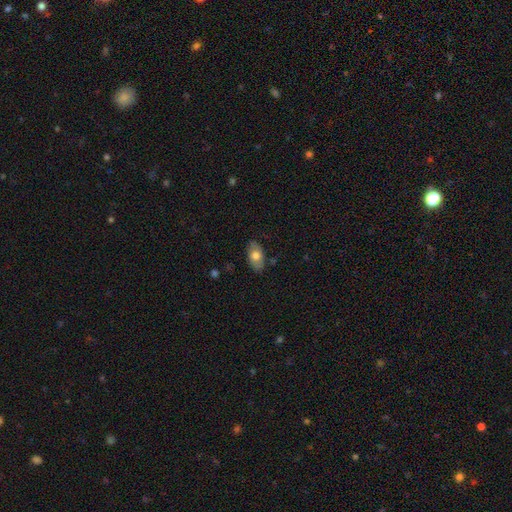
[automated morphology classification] Smooth or featured: smooth — 66% (featured or disk — 27%)
How rounded: in between — 92% (round — 5%)
Merging: none — 81% (minor disturbance — 15%)